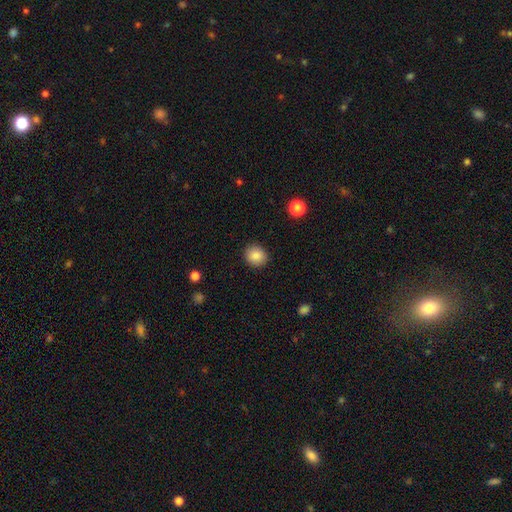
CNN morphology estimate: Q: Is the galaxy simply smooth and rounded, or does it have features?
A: smooth — 87%.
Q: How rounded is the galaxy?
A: round — 79%.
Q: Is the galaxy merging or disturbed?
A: none — 90%.